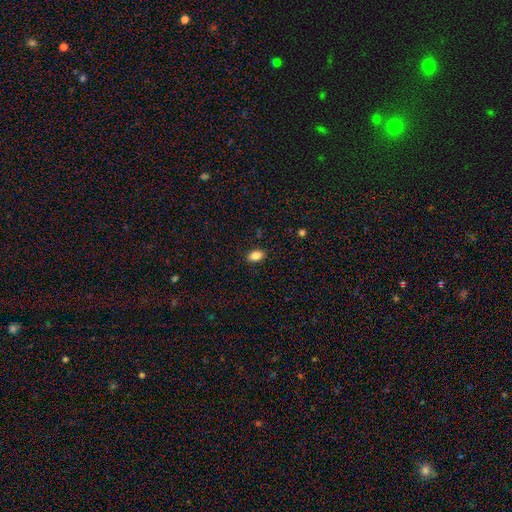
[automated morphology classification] Smooth or featured? Predicted: smooth (p=0.86). How rounded? Predicted: in between (p=0.87). Merging? Predicted: none (p=0.88).